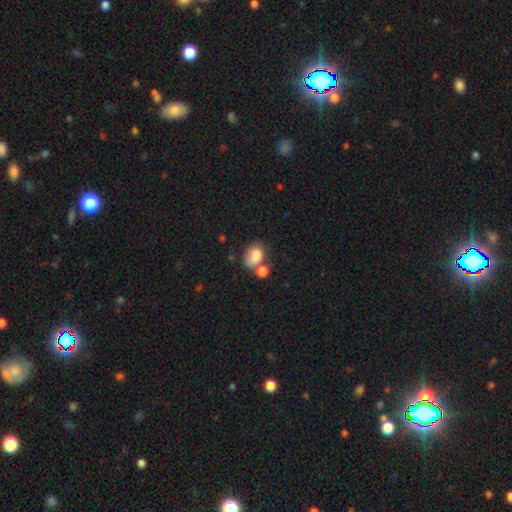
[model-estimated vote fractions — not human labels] A smooth galaxy with no disk features (81%) that is in between round and cigar-shaped (74%). Merging: merger (36%).